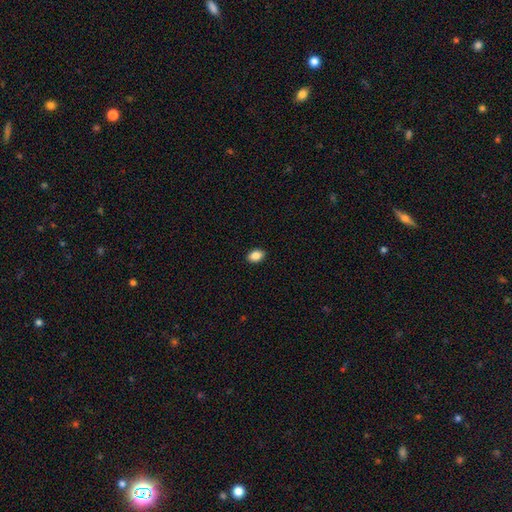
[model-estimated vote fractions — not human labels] This is clearly a smooth galaxy (88%). How rounded: clearly in between (84%). Merging: clearly none (91%).